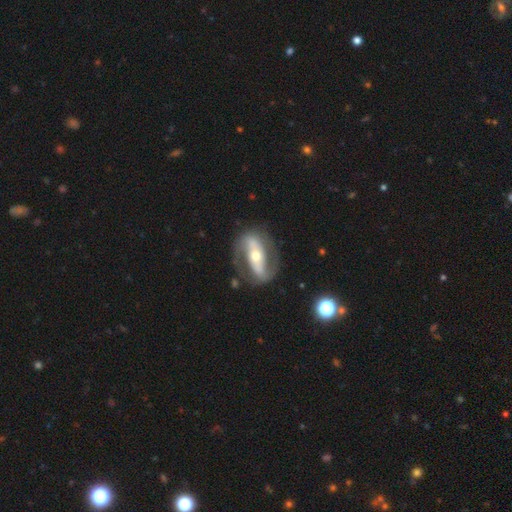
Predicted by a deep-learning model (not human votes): Overall: featured or disk (82%). Edge-on disk: no (90%). Bar: strong (62%). Spiral arms: yes (82%). Spiral arm count: 2 (88%). Spiral winding: medium (43%; tight 29%). Bulge size: moderate (55%; small 39%). Merging: none (78%).